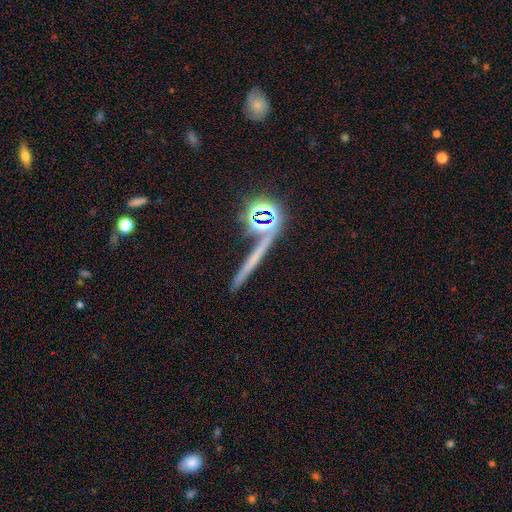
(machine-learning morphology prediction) This is marginally a star or artifact rather than a galaxy (39%).